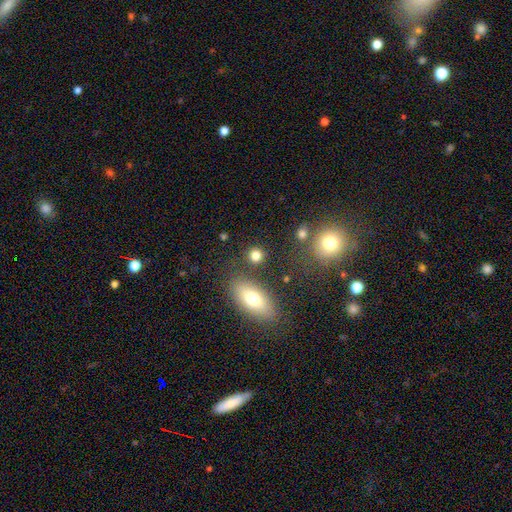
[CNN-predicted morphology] A smooth galaxy with no disk features (81%) that is round (79%). Merging: none (81%).